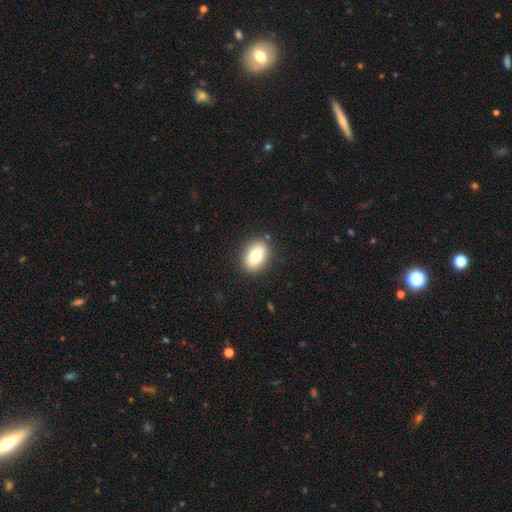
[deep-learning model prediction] Smooth or featured? smooth (76%)
How rounded? in between (71%)
Merging? none (87%)